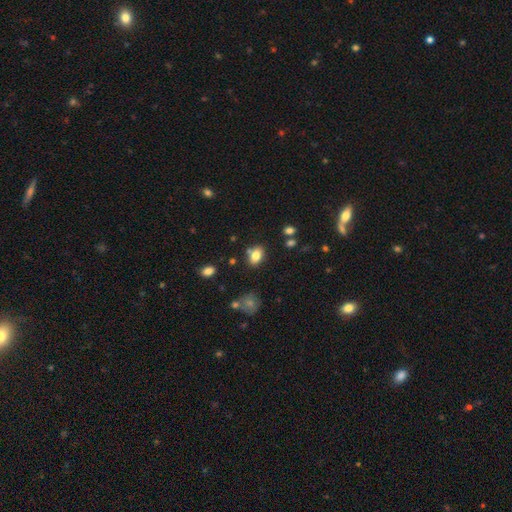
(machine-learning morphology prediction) smooth_or_featured: smooth (p=0.80) [alt: star or artifact p=0.10]
how_rounded: in between (p=0.83) [alt: round p=0.15]
merging: none (p=0.74) [alt: minor disturbance p=0.13]